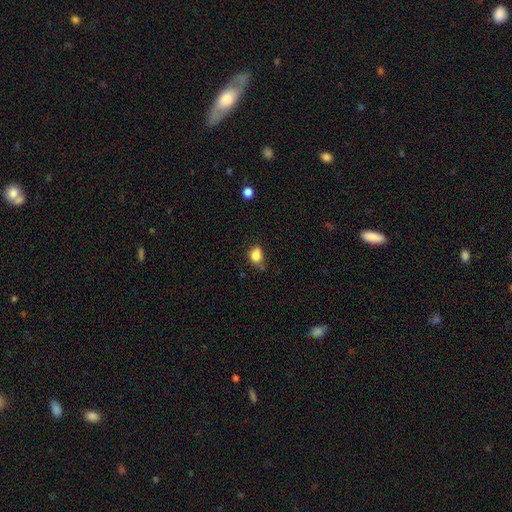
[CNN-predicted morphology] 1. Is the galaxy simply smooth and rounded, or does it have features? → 83% smooth, 10% star or artifact, 6% featured or disk.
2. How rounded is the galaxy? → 55% in between, 44% round, 1% cigar-shaped.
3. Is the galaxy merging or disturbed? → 54% none, 32% minor disturbance, 8% major disturbance, 6% merger.